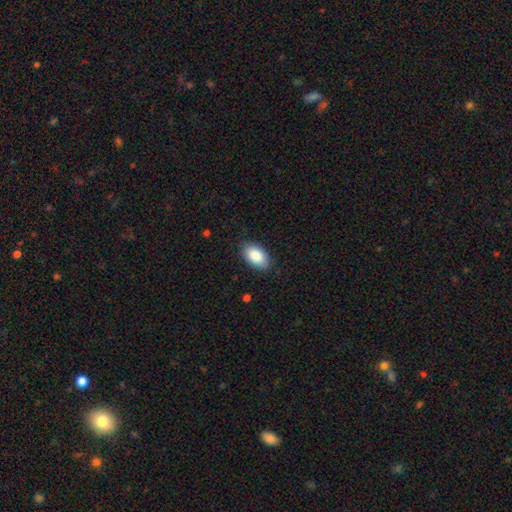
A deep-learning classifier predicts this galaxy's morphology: Smooth or featured? Predicted: smooth (p=0.89). How rounded? Predicted: in between (p=0.94). Merging? Predicted: none (p=0.84).